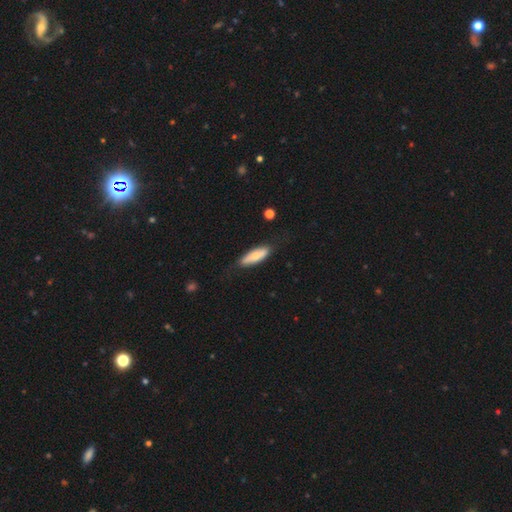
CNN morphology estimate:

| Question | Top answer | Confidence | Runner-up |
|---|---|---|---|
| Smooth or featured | smooth | 66% | featured or disk (28%) |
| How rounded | in between | 57% | cigar-shaped (41%) |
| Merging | none | 72% | minor disturbance (21%) |